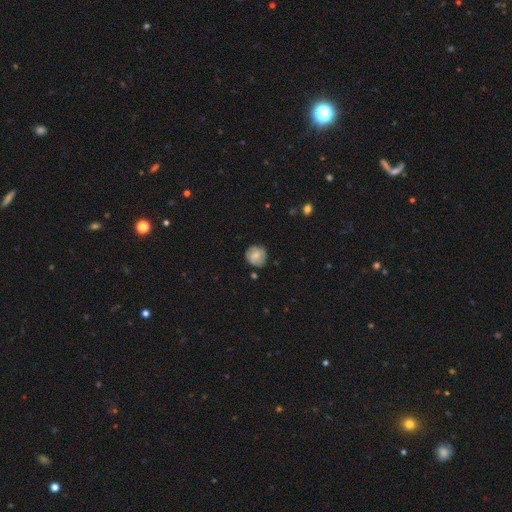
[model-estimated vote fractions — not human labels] The model was most divided on "smooth or featured": smooth: 63%, featured or disk: 30%, star or artifact: 8%. More confident: how rounded — round (88%); merging — none (78%).